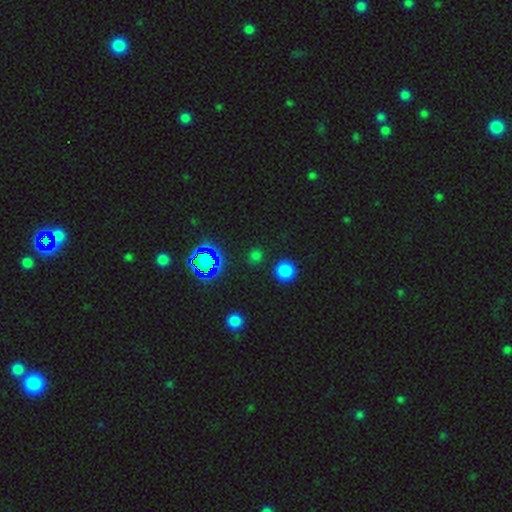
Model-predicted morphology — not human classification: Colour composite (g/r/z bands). It shows a smooth galaxy with no disk features (60%) that is round (91%). Merging: none (87%).